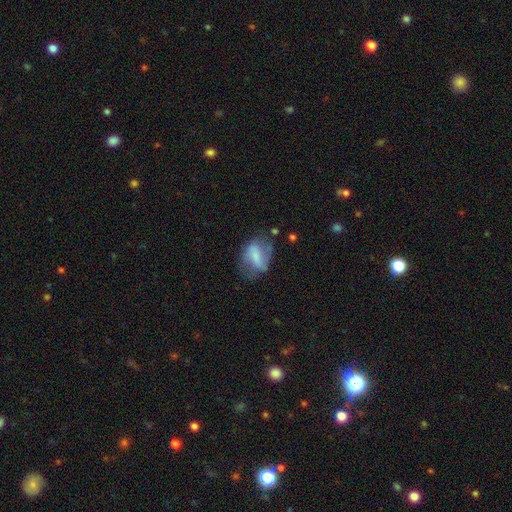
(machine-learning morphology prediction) This appears to be a smooth galaxy with no disk features (48%). Merging: none (46%).